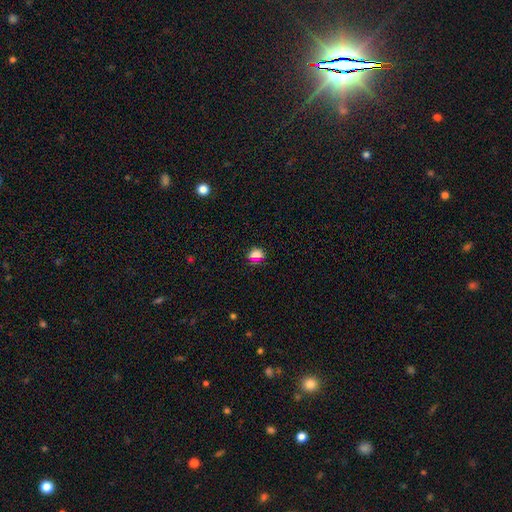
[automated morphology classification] Smooth or featured: smooth — 72% (star or artifact — 21%)
How rounded: round — 65% (in between — 32%)
Merging: none — 83% (minor disturbance — 12%)